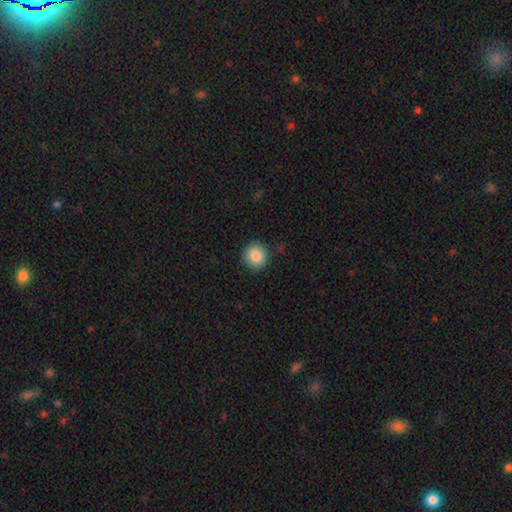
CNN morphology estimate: Smooth or featured? smooth (85%)
How rounded? round (91%)
Merging? none (89%)